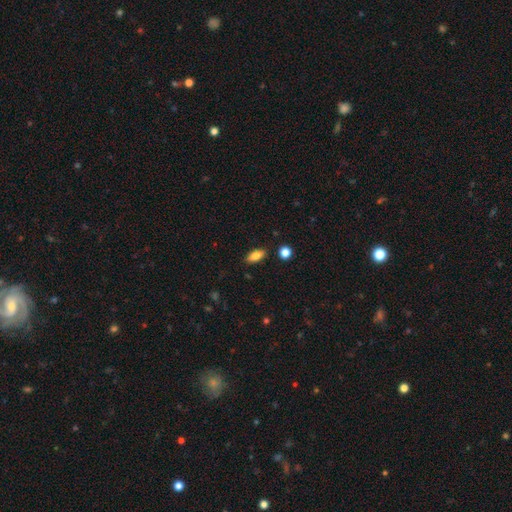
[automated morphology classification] Q: Smooth or featured?
A: smooth (83%); runner-up: featured or disk (9%)
Q: How rounded?
A: in between (86%); runner-up: cigar-shaped (10%)
Q: Merging?
A: none (86%); runner-up: minor disturbance (9%)